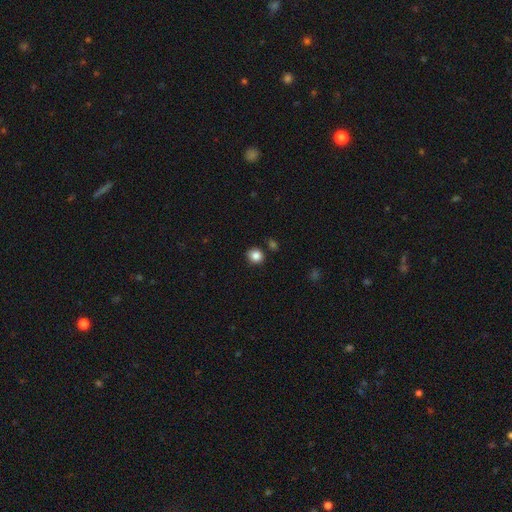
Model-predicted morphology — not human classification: Overall: smooth (85%). How rounded: round (83%). Merging: none (86%).